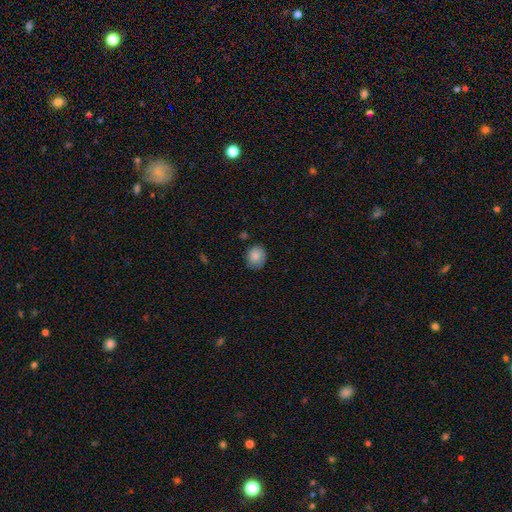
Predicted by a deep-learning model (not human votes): Smooth or featured?
  - smooth: 83% *
  - featured or disk: 9%
  - star or artifact: 8%
How rounded?
  - round: 72% *
  - in between: 27%
  - cigar-shaped: 1%
Merging?
  - none: 75% *
  - minor disturbance: 19%
  - major disturbance: 4%
  - merger: 2%